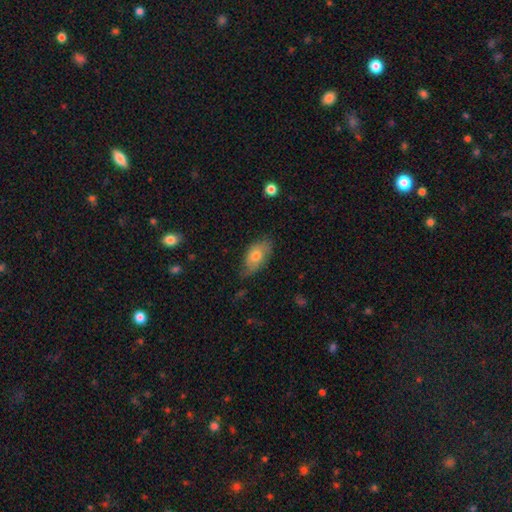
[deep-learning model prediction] smooth-or-featured: smooth: 72% | featured or disk: 22% | star or artifact: 7%
  how-rounded: in between: 92% | round: 4% | cigar-shaped: 4%
  merging: none: 63% | minor disturbance: 29% | major disturbance: 6% | merger: 2%